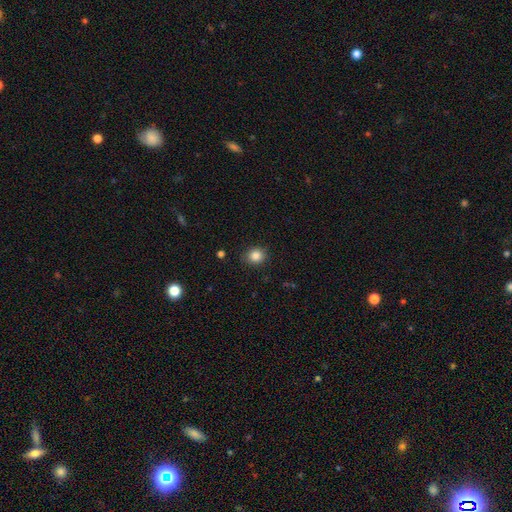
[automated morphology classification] Q: Smooth or featured?
A: smooth (85%); runner-up: star or artifact (10%)
Q: How rounded?
A: round (79%); runner-up: in between (20%)
Q: Merging?
A: none (87%); runner-up: minor disturbance (9%)